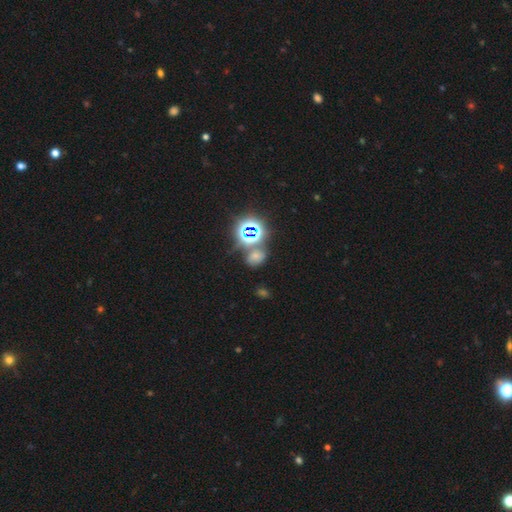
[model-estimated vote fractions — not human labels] This is possibly a star or artifact rather than a galaxy (47%).